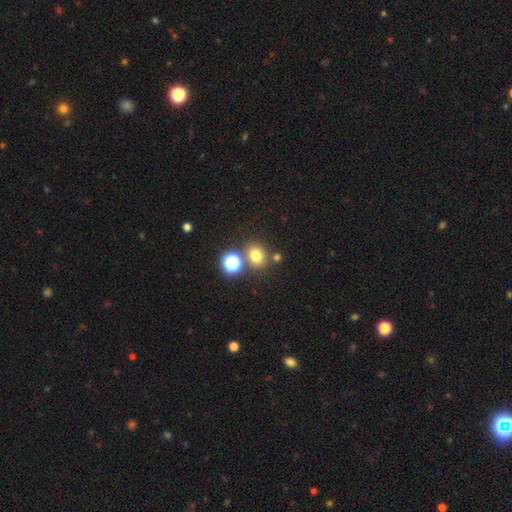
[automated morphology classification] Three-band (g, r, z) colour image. It shows a smooth galaxy with no disk features (72%) that is round (72%). Merging: none (71%).